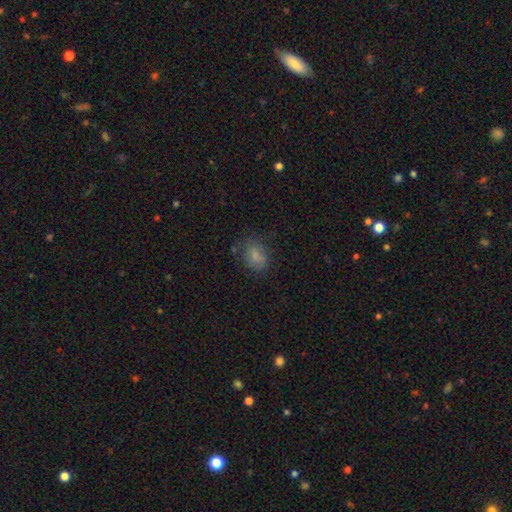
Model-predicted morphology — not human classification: Q: Smooth or featured?
A: smooth (78%); runner-up: featured or disk (11%)
Q: How rounded?
A: in between (69%); runner-up: round (29%)
Q: Merging?
A: none (68%); runner-up: minor disturbance (21%)